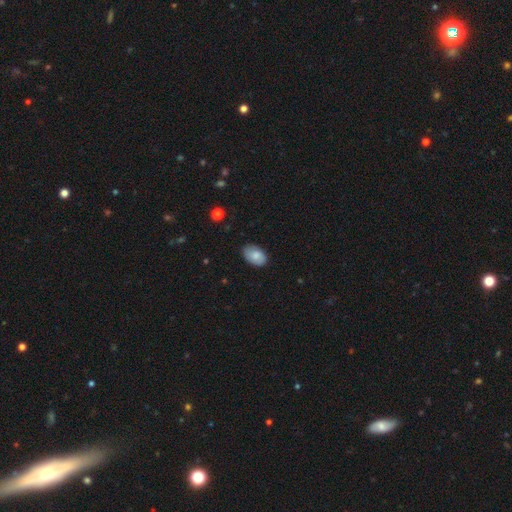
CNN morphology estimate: A smooth galaxy with no disk features (80%) that is in between round and cigar-shaped (91%). Merging: none (81%).